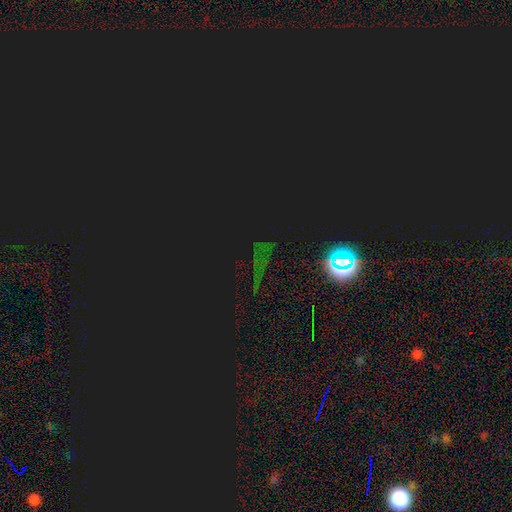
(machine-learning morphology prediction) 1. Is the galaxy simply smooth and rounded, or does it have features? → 83% star or artifact, 11% smooth, 6% featured or disk.